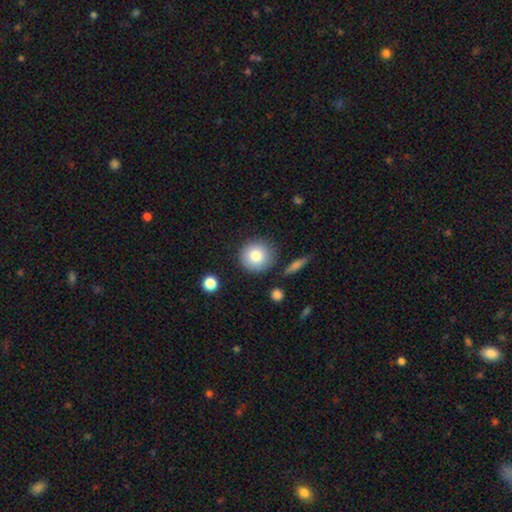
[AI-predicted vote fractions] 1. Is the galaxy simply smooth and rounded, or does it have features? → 83% smooth, 9% featured or disk, 8% star or artifact.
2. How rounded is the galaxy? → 93% round, 6% in between, 1% cigar-shaped.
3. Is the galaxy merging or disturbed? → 83% none, 10% minor disturbance, 4% merger, 3% major disturbance.